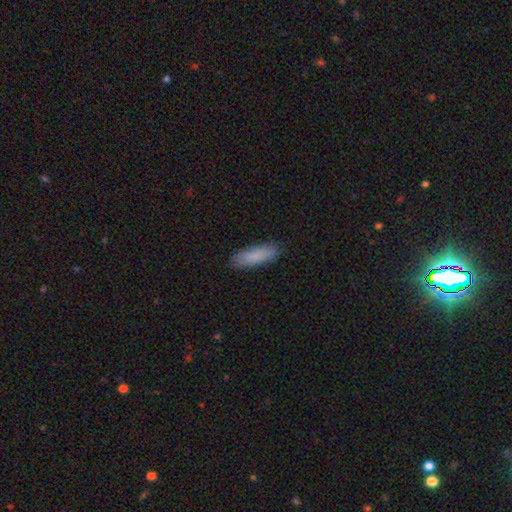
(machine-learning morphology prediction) A smooth galaxy with no disk features (86%) that is cigar-shaped (59%).

Vote fractions:
- Smooth or featured? smooth: 86% / featured or disk: 8% / star or artifact: 6%
- How rounded? cigar-shaped: 59% / in between: 39% / round: 2%
- Merging? none: 87% / minor disturbance: 10% / major disturbance: 2% / merger: 1%